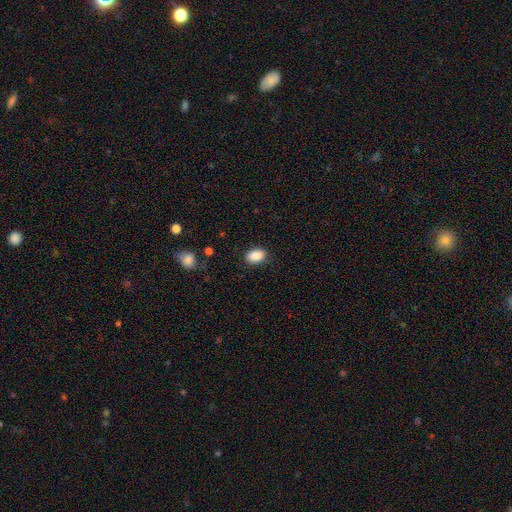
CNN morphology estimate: smooth 89%, star or artifact 8%, featured or disk 3%. Down the decision tree: how rounded — in between (85%); merging — none (86%).